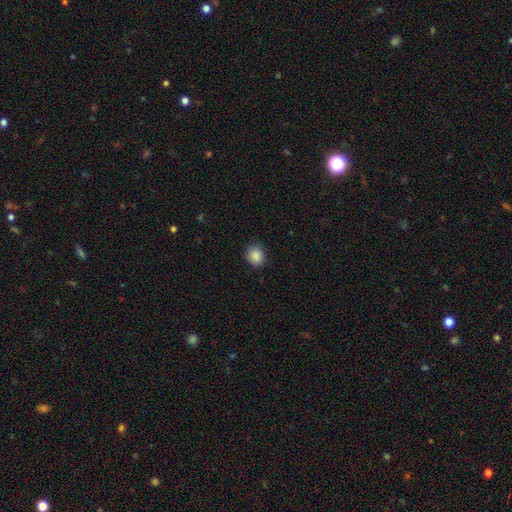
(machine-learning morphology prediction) Smooth or featured? smooth (88%)
How rounded? round (73%)
Merging? none (84%)